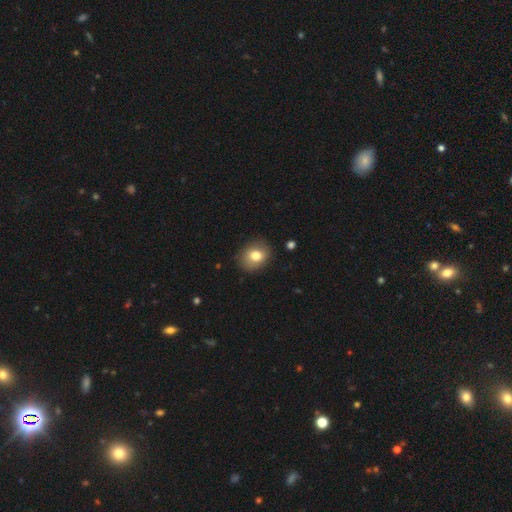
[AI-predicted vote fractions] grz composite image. It shows a smooth galaxy with no disk features (78%) that is round (57%). Merging: none (85%).